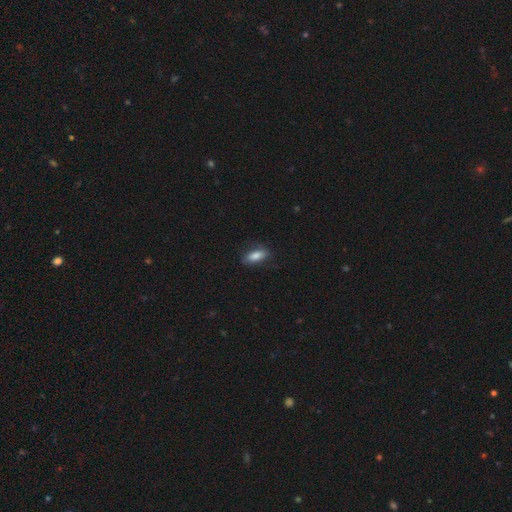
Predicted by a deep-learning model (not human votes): Smooth or featured?
  - smooth: 82% *
  - featured or disk: 11%
  - star or artifact: 7%
How rounded?
  - in between: 74% *
  - cigar-shaped: 23%
  - round: 3%
Merging?
  - none: 80% *
  - minor disturbance: 15%
  - major disturbance: 4%
  - merger: 1%